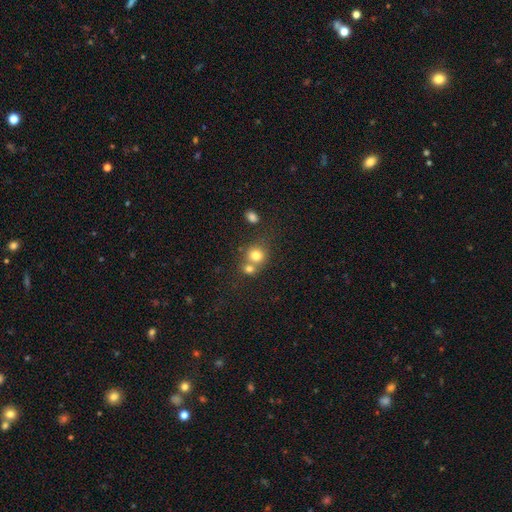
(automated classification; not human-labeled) A smooth galaxy with no disk features (77%) that is round (81%).

Vote fractions:
- Smooth or featured? smooth: 77% / star or artifact: 12% / featured or disk: 11%
- How rounded? round: 81% / in between: 18% / cigar-shaped: 1%
- Merging? merger: 47% / none: 42% / minor disturbance: 8% / major disturbance: 3%